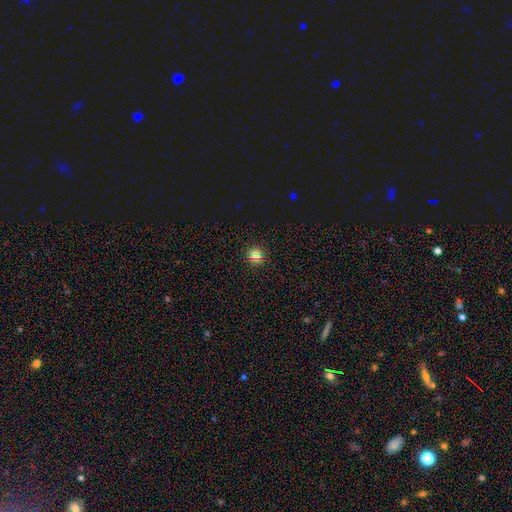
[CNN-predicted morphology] smooth-or-featured: smooth: 68% | star or artifact: 23% | featured or disk: 9%
  how-rounded: round: 95% | in between: 4% | cigar-shaped: 1%
  merging: none: 90% | minor disturbance: 6% | merger: 2% | major disturbance: 2%